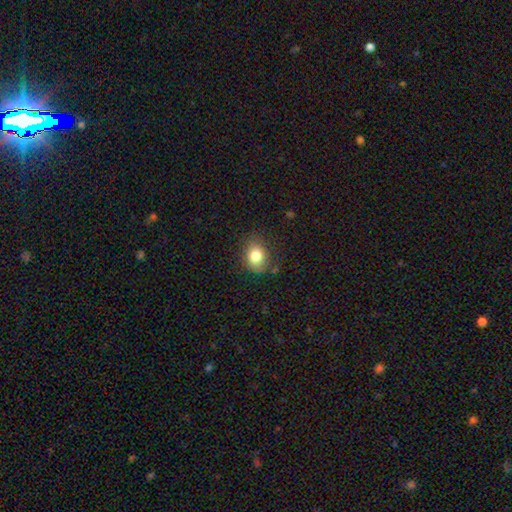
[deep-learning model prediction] Smooth or featured? smooth (80%)
How rounded? in between (60%)
Merging? none (74%)